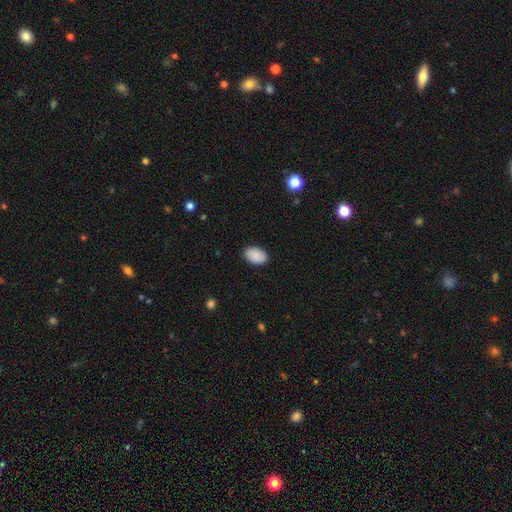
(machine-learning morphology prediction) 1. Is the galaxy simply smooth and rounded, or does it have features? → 90% smooth, 6% star or artifact, 4% featured or disk.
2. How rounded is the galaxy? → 90% in between, 9% round, 1% cigar-shaped.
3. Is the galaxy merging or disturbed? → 89% none, 8% minor disturbance, 2% major disturbance, 1% merger.